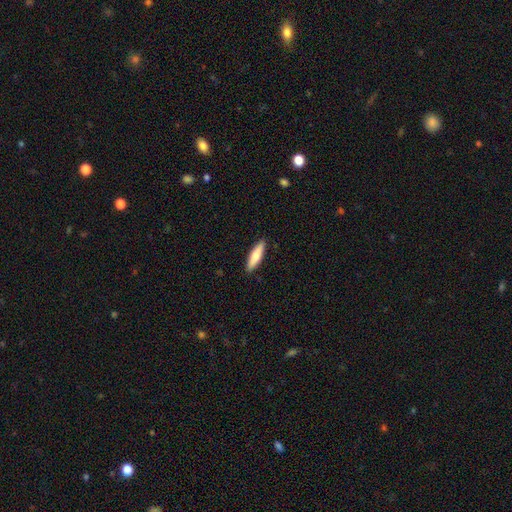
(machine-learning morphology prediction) type=smooth (73%); roundness=cigar-shaped (73%); merging=none (90%).